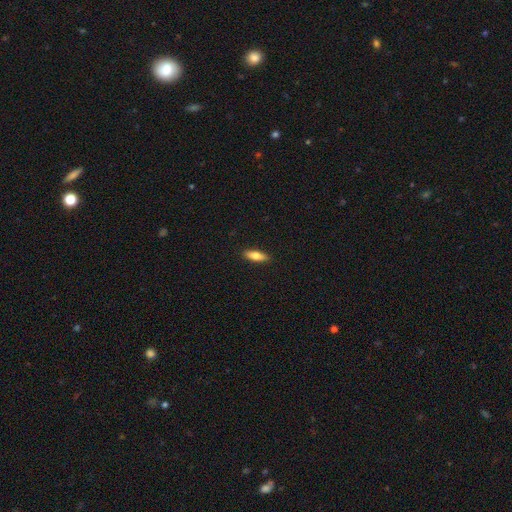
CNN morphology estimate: smooth_or_featured: smooth (p=0.71) [alt: featured or disk p=0.23]
how_rounded: in between (p=0.52) [alt: cigar-shaped p=0.46]
merging: none (p=0.90) [alt: minor disturbance p=0.08]